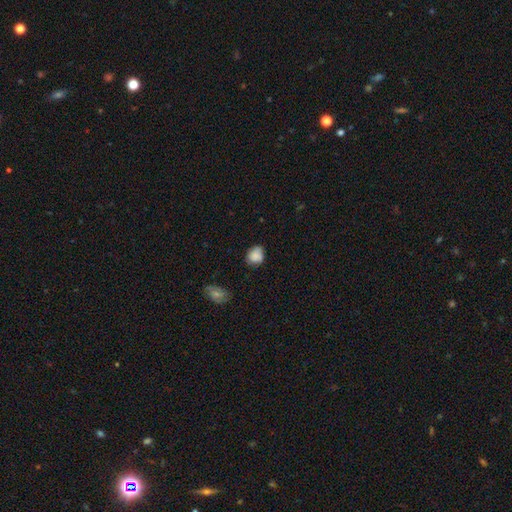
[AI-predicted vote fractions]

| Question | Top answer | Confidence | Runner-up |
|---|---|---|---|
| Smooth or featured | smooth | 82% | featured or disk (10%) |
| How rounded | round | 54% | in between (45%) |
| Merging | none | 63% | minor disturbance (29%) |